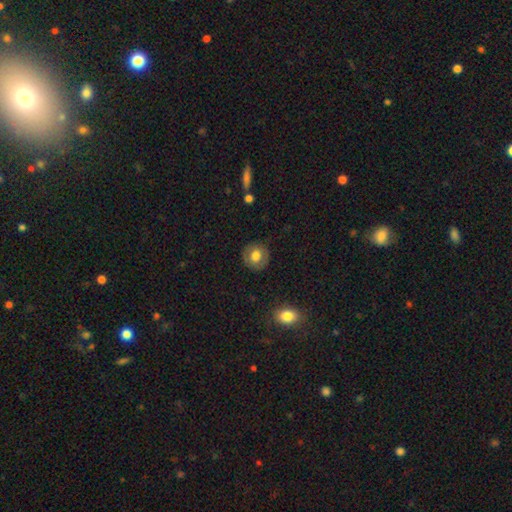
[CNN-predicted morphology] This is likely a smooth galaxy (69%). How rounded: clearly round (88%). Merging: clearly none (87%).